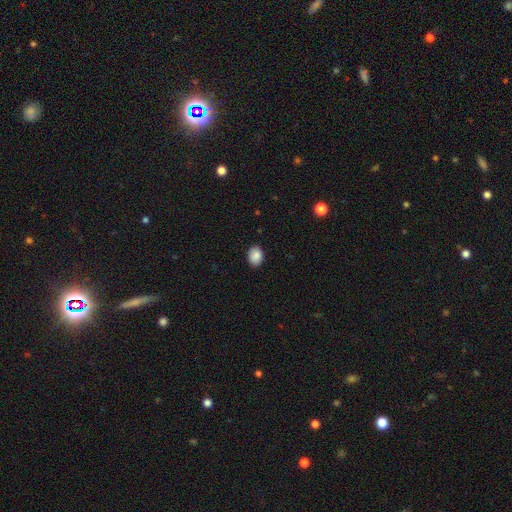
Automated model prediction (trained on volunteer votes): A smooth galaxy with no disk features (89%) that is in between round and cigar-shaped (67%).

Vote fractions:
- Smooth or featured? smooth: 89% / star or artifact: 8% / featured or disk: 4%
- How rounded? in between: 67% / round: 32% / cigar-shaped: 1%
- Merging? none: 88% / minor disturbance: 9% / major disturbance: 2% / merger: 1%